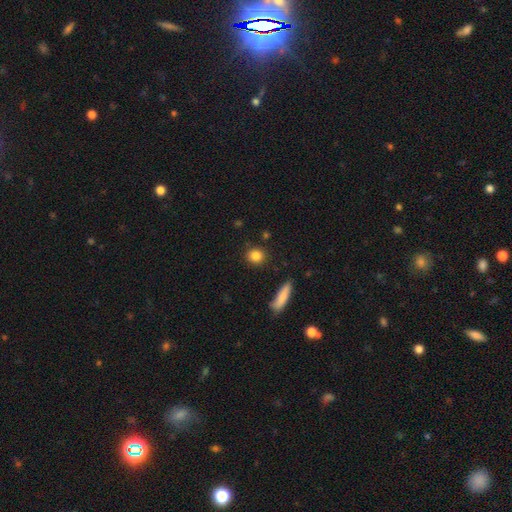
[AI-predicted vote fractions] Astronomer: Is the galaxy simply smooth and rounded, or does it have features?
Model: smooth — 85%.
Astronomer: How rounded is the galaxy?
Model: round — 74%.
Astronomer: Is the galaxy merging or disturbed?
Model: none — 87%.